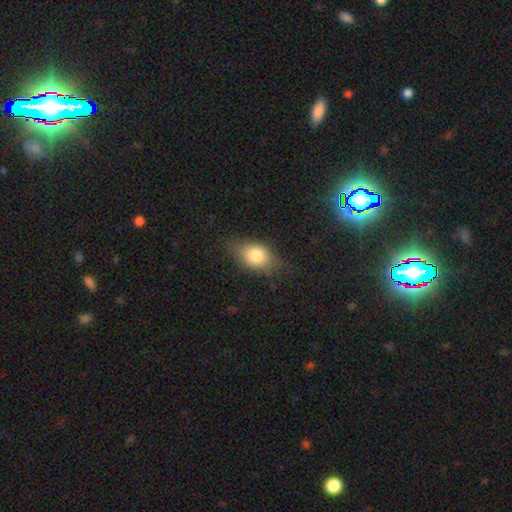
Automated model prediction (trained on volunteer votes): smooth-or-featured: smooth: 78% | featured or disk: 12% | star or artifact: 9%
  how-rounded: in between: 75% | round: 23% | cigar-shaped: 2%
  merging: none: 72% | minor disturbance: 21% | major disturbance: 6% | merger: 1%